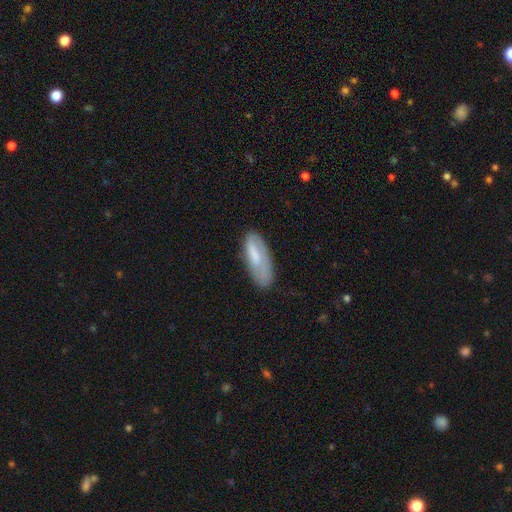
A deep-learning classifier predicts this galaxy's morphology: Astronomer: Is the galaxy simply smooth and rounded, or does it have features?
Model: smooth — 64%.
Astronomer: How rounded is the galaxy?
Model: in between — 68%.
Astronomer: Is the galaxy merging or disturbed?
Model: none — 57%.